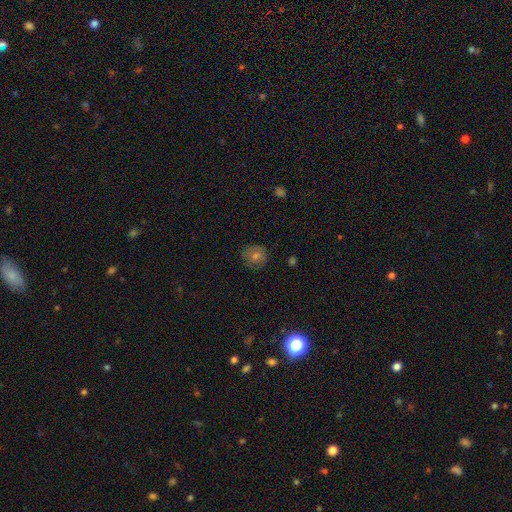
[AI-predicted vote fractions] Q: Smooth or featured?
A: smooth (55%); runner-up: featured or disk (24%)
Q: How rounded?
A: round (86%); runner-up: in between (13%)
Q: Merging?
A: none (82%); runner-up: minor disturbance (13%)